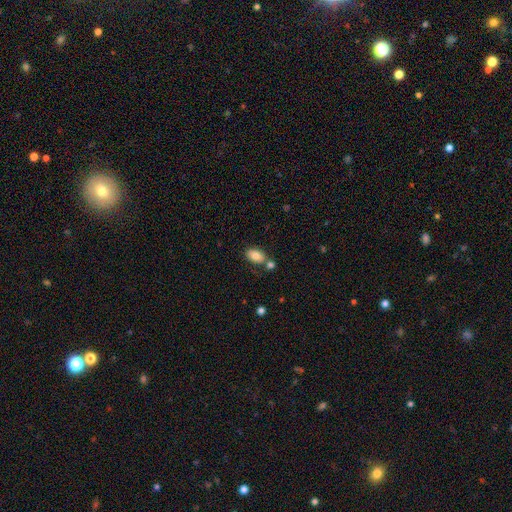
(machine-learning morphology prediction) Smooth or featured?
  - smooth: 82% *
  - featured or disk: 10%
  - star or artifact: 8%
How rounded?
  - in between: 89% *
  - round: 10%
  - cigar-shaped: 1%
Merging?
  - none: 62% *
  - merger: 22%
  - minor disturbance: 13%
  - major disturbance: 4%